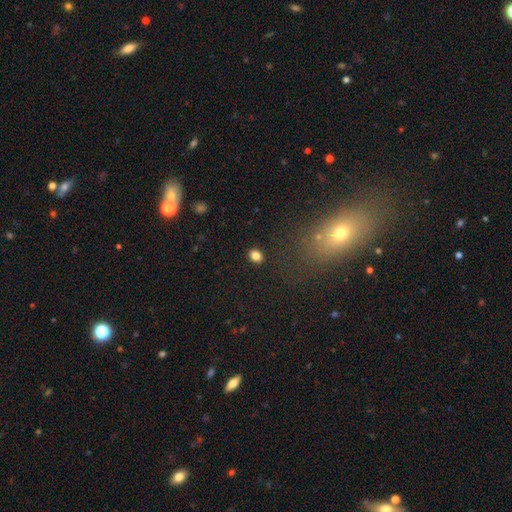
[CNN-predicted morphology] smooth 83%, star or artifact 12%, featured or disk 5%. Down the decision tree: how rounded — in between (54%); merging — none (89%).